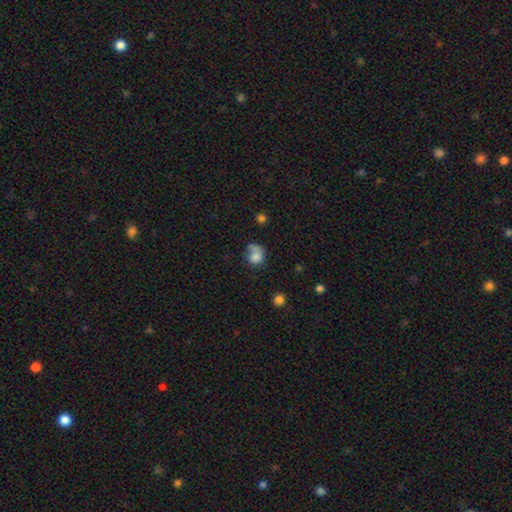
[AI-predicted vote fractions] Overall: smooth (72%). How rounded: round (66%; in between 33%). Merging: none (39%; major disturbance 23%).